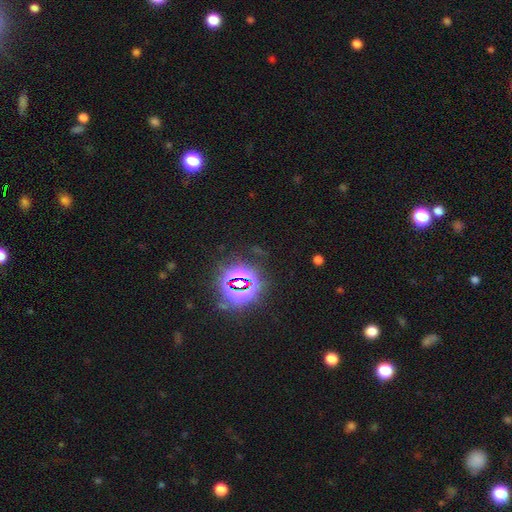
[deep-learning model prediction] A star or artifact, not a galaxy (81%).